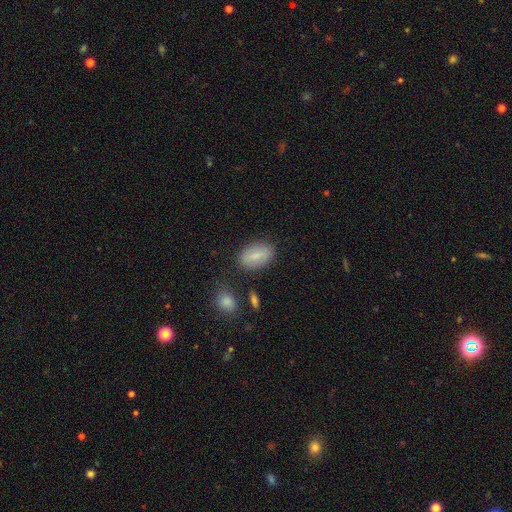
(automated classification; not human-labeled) smooth_or_featured: smooth (p=0.78) [alt: featured or disk p=0.15]
how_rounded: in between (p=0.90) [alt: round p=0.07]
merging: none (p=0.80) [alt: minor disturbance p=0.13]